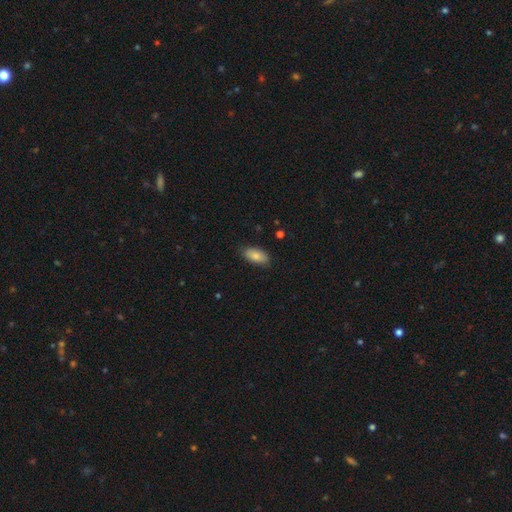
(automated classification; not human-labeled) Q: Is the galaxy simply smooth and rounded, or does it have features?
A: smooth — 82%.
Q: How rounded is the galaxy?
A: in between — 91%.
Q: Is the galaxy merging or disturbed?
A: none — 84%.